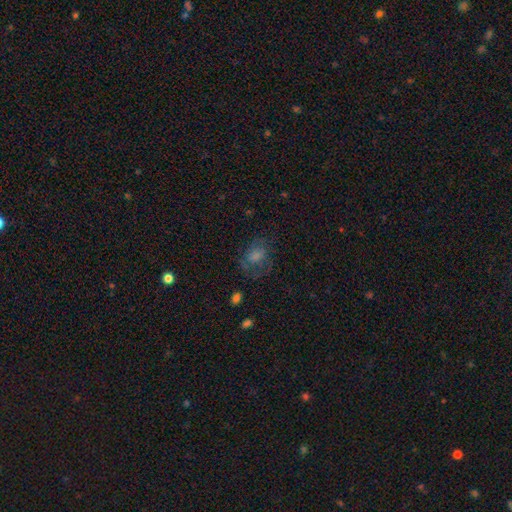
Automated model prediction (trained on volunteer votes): Overall: smooth (55%; featured or disk 31%). How rounded: in between (58%; round 40%). Merging: none (52%; major disturbance 25%).